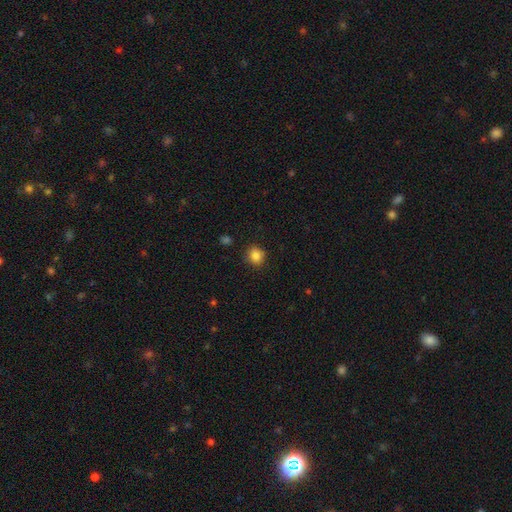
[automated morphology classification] Overall: smooth (85%). How rounded: round (79%). Merging: none (88%).